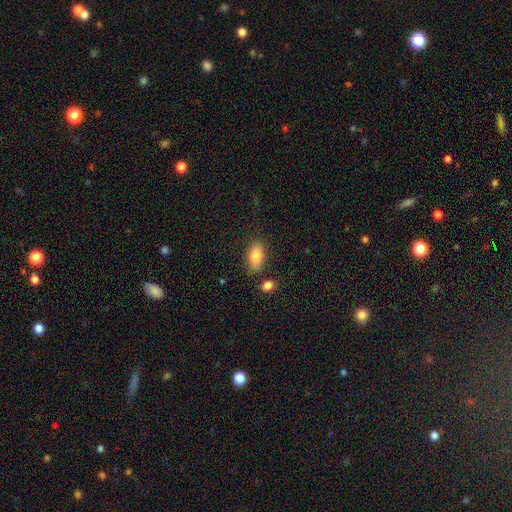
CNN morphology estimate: smooth 82%, featured or disk 11%, star or artifact 7%. Down the decision tree: how rounded — in between (88%); merging — none (79%).